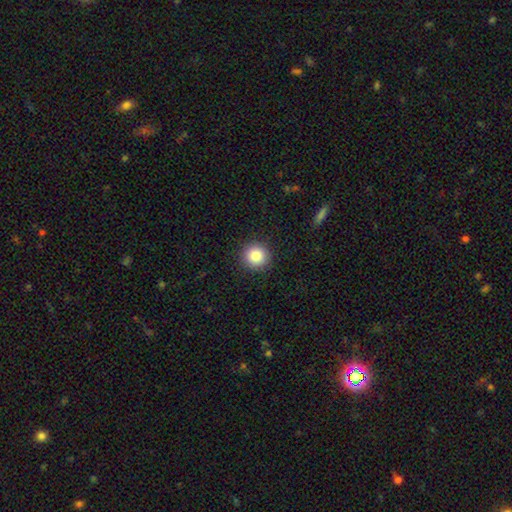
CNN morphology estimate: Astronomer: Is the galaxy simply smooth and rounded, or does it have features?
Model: smooth — 85%.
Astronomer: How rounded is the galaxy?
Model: round — 94%.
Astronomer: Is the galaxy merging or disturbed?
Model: none — 91%.